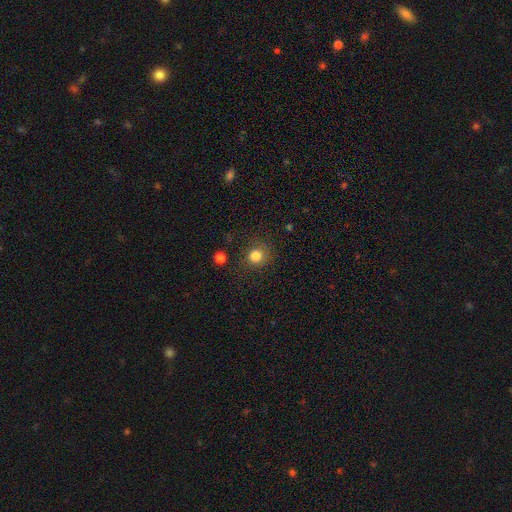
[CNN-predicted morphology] smooth-or-featured: smooth: 81% | star or artifact: 13% | featured or disk: 5%
  how-rounded: round: 88% | in between: 11% | cigar-shaped: 1%
  merging: none: 82% | minor disturbance: 11% | major disturbance: 4% | merger: 3%